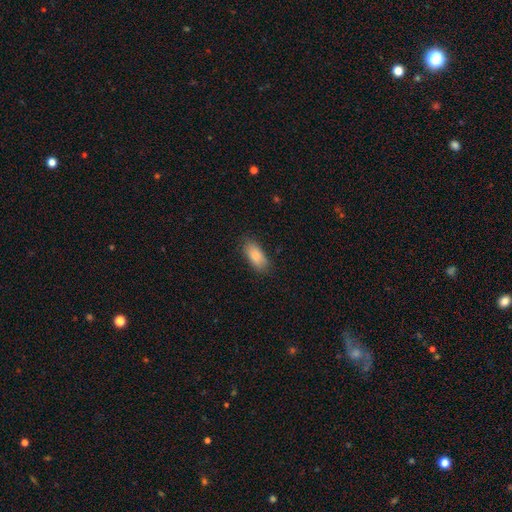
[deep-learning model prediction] This appears to be a smooth galaxy with no disk features (87%) that is in between round and cigar-shaped (87%). Merging: none (80%).